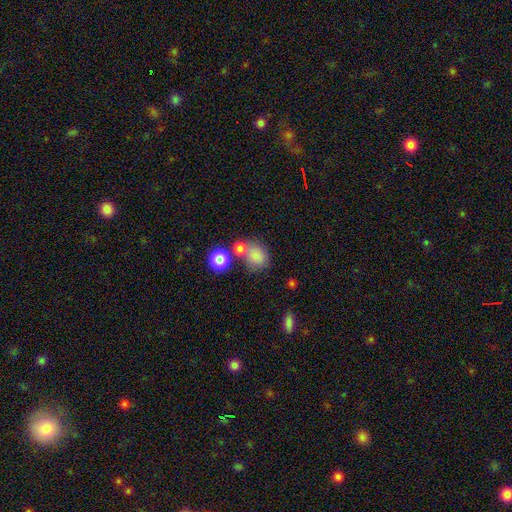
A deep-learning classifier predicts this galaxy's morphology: A smooth galaxy with no disk features (78%) that is round (70%). Merging: none (51%).